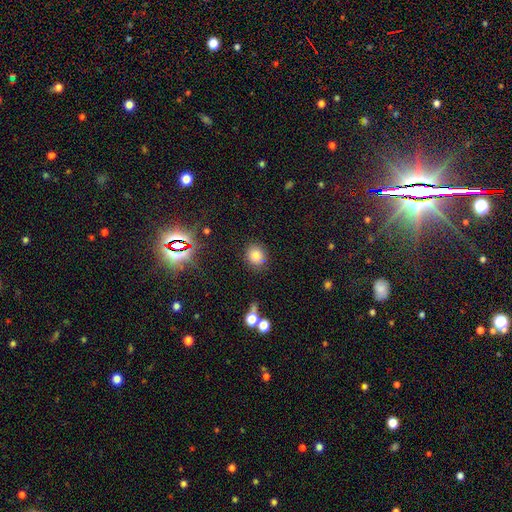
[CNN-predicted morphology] Smooth or featured: smooth — 78% (star or artifact — 15%)
How rounded: round — 74% (in between — 25%)
Merging: none — 82% (minor disturbance — 11%)